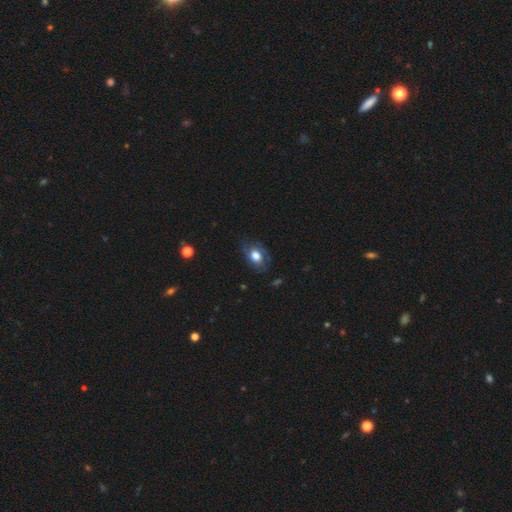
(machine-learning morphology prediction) The model was most divided on "smooth or featured": featured or disk: 47%, smooth: 45%, star or artifact: 8%. More confident: merging — none (67%).